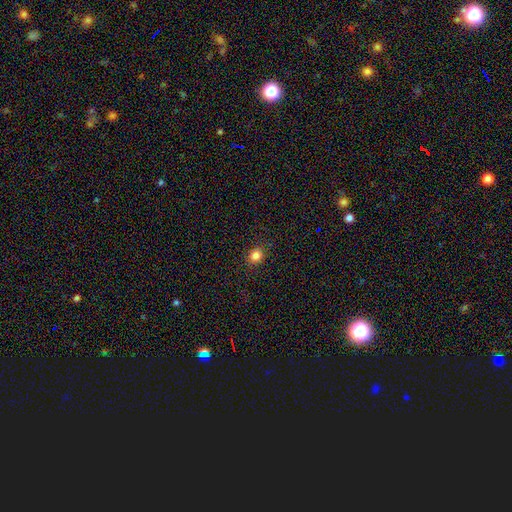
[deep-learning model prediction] Q: Smooth or featured?
A: smooth (83%); runner-up: star or artifact (12%)
Q: How rounded?
A: round (75%); runner-up: in between (25%)
Q: Merging?
A: none (90%); runner-up: minor disturbance (7%)